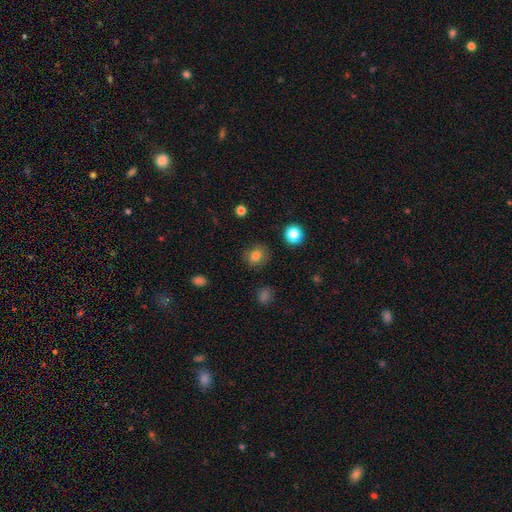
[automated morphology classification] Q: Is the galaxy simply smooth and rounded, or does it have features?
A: smooth — 79%.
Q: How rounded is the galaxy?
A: round — 72%.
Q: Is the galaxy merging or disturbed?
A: none — 83%.